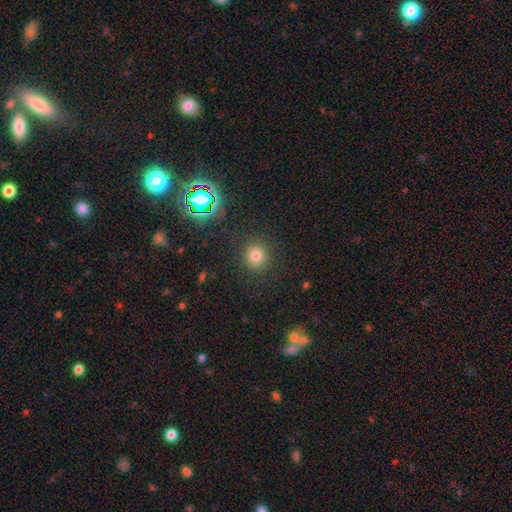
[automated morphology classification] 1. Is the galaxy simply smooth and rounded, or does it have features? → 75% smooth, 18% star or artifact, 7% featured or disk.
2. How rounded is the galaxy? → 90% round, 9% in between, 1% cigar-shaped.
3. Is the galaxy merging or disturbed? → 87% none, 8% minor disturbance, 3% major disturbance, 2% merger.